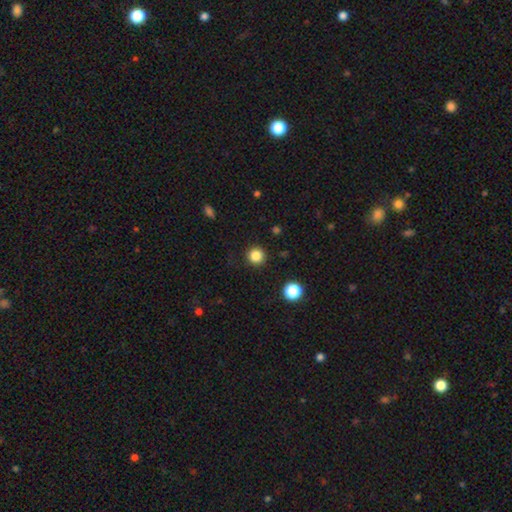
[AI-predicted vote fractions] A smooth galaxy with no disk features (84%) that is round (95%). Merging: none (91%).